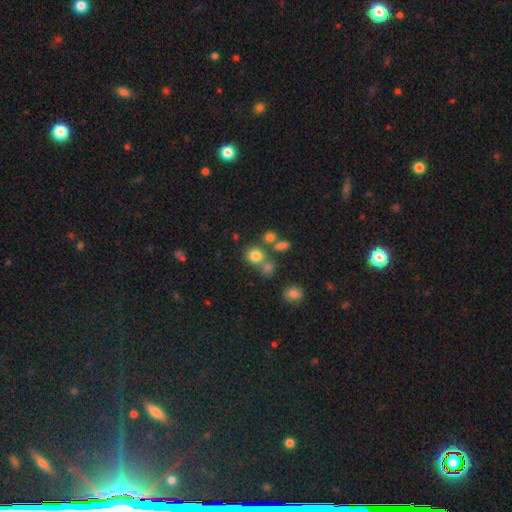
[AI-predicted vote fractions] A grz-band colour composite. It shows a smooth galaxy with no disk features (77%) that is round (79%). Merging: none (59%).